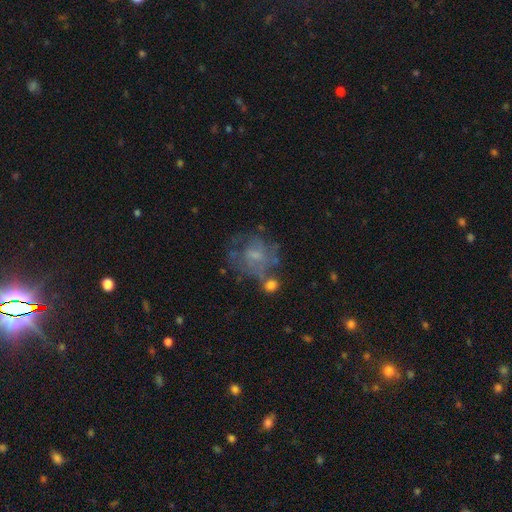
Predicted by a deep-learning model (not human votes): A featured or disk galaxy (56%) with no bar (60%), no spiral arms (51%) and a small central bulge (44%). Merging: none (44%).